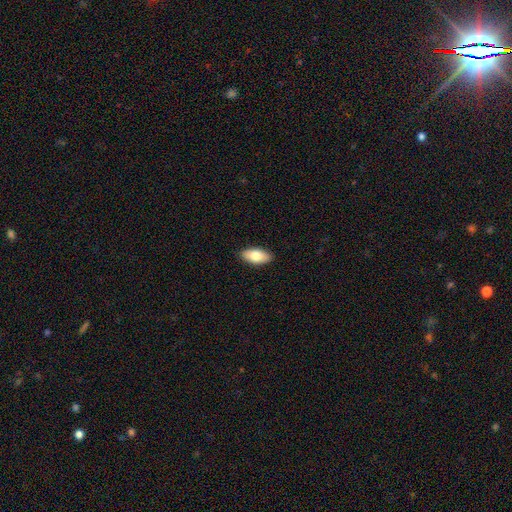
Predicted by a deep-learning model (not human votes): Smooth or featured?
  - smooth: 81% *
  - featured or disk: 13%
  - star or artifact: 6%
How rounded?
  - in between: 91% *
  - cigar-shaped: 7%
  - round: 2%
Merging?
  - none: 89% *
  - minor disturbance: 8%
  - major disturbance: 2%
  - merger: 1%